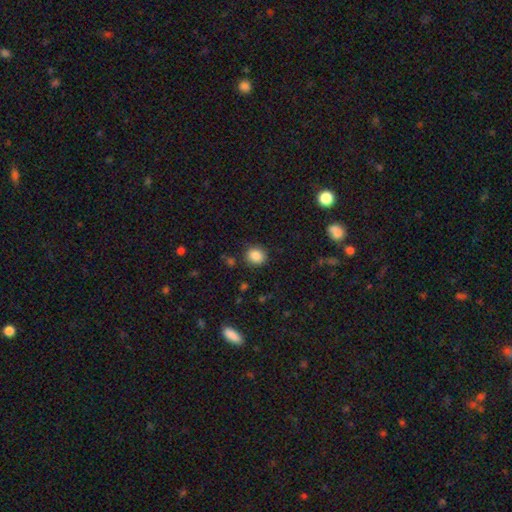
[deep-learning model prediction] Morphology: type=smooth (86%); roundness=round (80%); merging=none (87%).